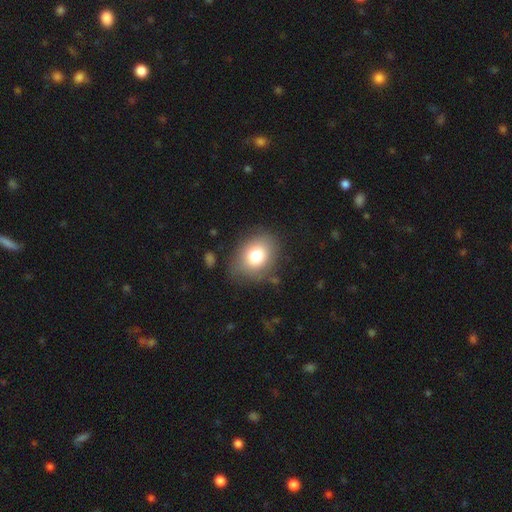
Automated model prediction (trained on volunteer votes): smooth-or-featured: smooth: 77% | featured or disk: 13% | star or artifact: 10%
  how-rounded: in between: 54% | round: 45% | cigar-shaped: 1%
  merging: none: 78% | minor disturbance: 15% | major disturbance: 5% | merger: 2%